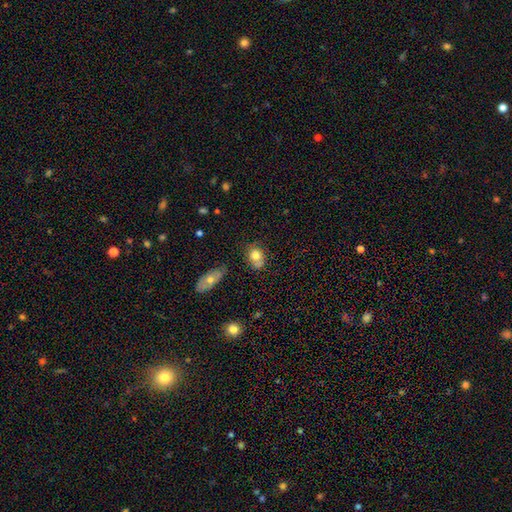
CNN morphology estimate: type=smooth (77%); roundness=round (49%, tied with in between); merging=none (59%).